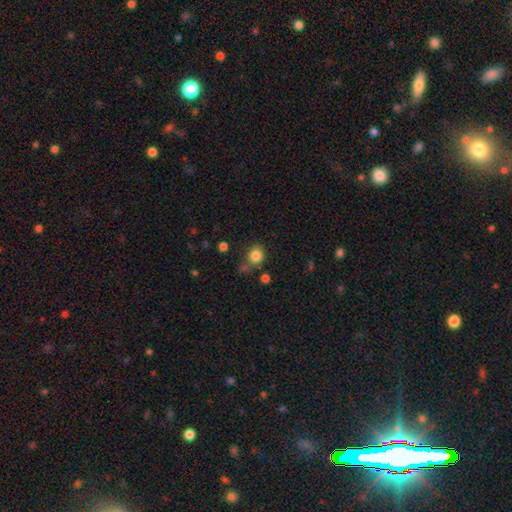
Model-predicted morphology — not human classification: smooth_or_featured: smooth (p=0.83) [alt: star or artifact p=0.11]
how_rounded: round (p=0.76) [alt: in between p=0.23]
merging: none (p=0.57) [alt: minor disturbance p=0.22]